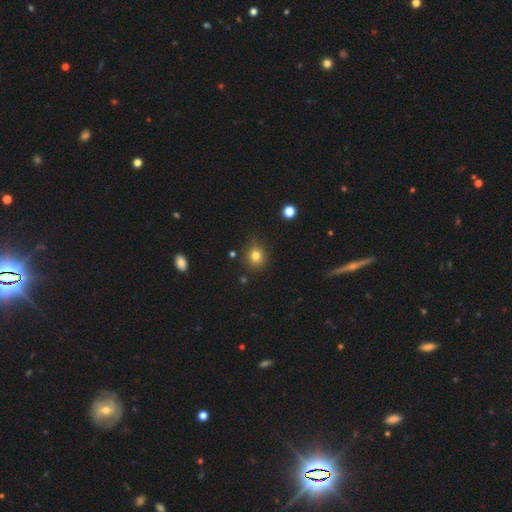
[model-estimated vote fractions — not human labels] smooth-or-featured: smooth: 79% | star or artifact: 13% | featured or disk: 7%
  how-rounded: round: 79% | in between: 20% | cigar-shaped: 1%
  merging: none: 78% | minor disturbance: 16% | major disturbance: 3% | merger: 3%